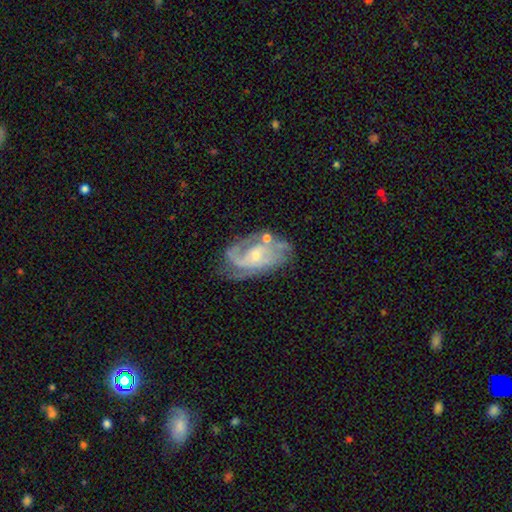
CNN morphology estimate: Overall: featured or disk (84%). Edge-on disk: no (96%). Bar: no (56%; weak 37%). Spiral arms: yes (94%). Spiral arm count: 2 (45%; can't tell 21%). Spiral winding: medium (44%; tight 42%). Bulge size: small (56%; moderate 35%). Merging: none (58%; minor disturbance 23%).